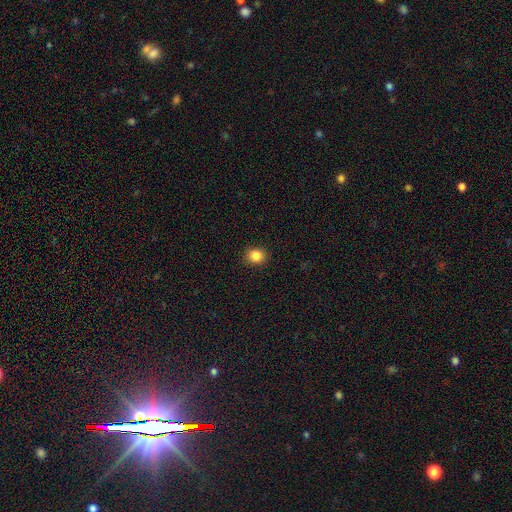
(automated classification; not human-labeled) A smooth galaxy with no disk features (85%) that is round (80%).

Vote fractions:
- Smooth or featured? smooth: 85% / star or artifact: 11% / featured or disk: 4%
- How rounded? round: 80% / in between: 19% / cigar-shaped: 1%
- Merging? none: 91% / minor disturbance: 6% / major disturbance: 2% / merger: 1%